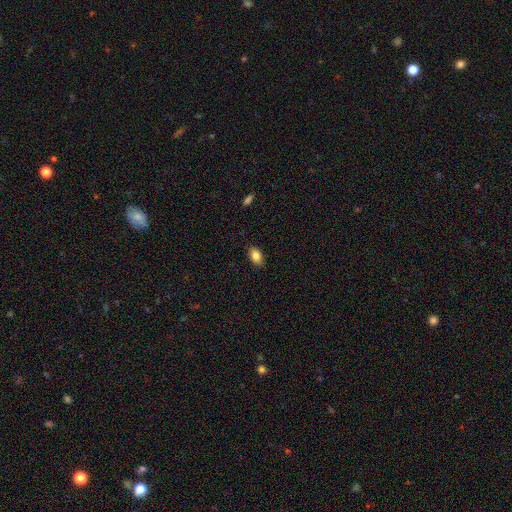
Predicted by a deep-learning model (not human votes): smooth_or_featured: smooth (p=0.85) [alt: star or artifact p=0.08]
how_rounded: in between (p=0.89) [alt: round p=0.09]
merging: none (p=0.87) [alt: minor disturbance p=0.10]